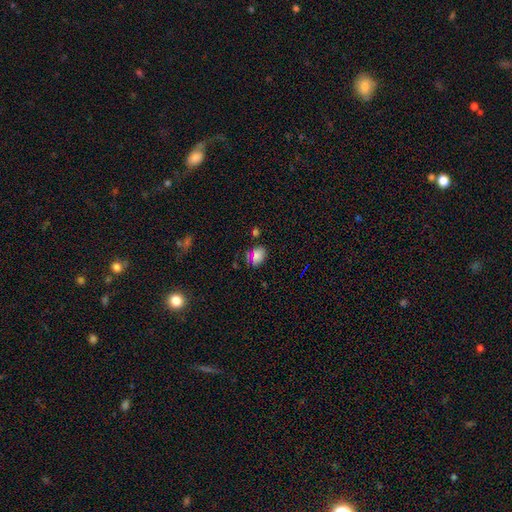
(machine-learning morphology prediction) This appears to be a smooth galaxy with no disk features (70%) that is in between round and cigar-shaped (71%). Merging: none (76%).